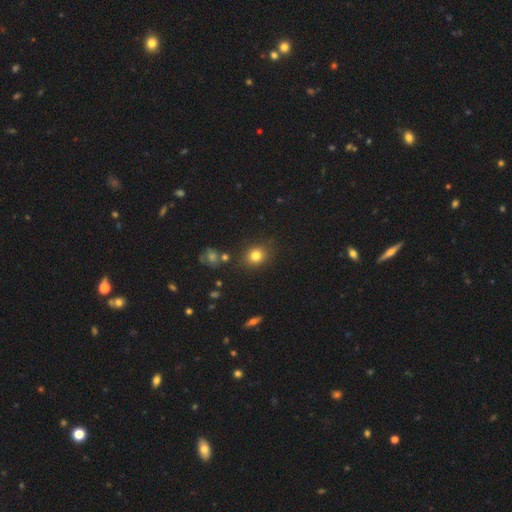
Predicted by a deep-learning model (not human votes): This appears to be a smooth galaxy with no disk features (79%) that is round (74%). Merging: none (80%).